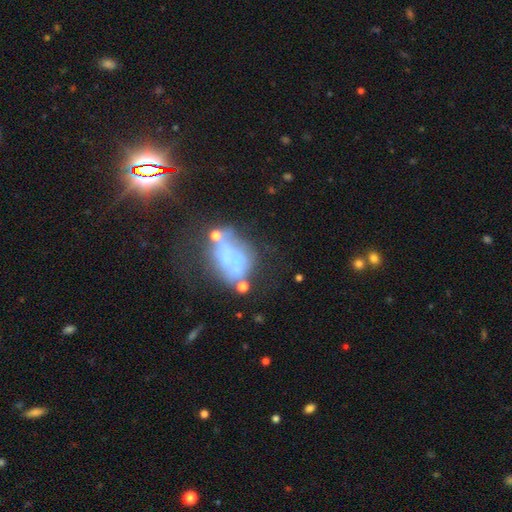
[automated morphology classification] type=star or artifact (41%).